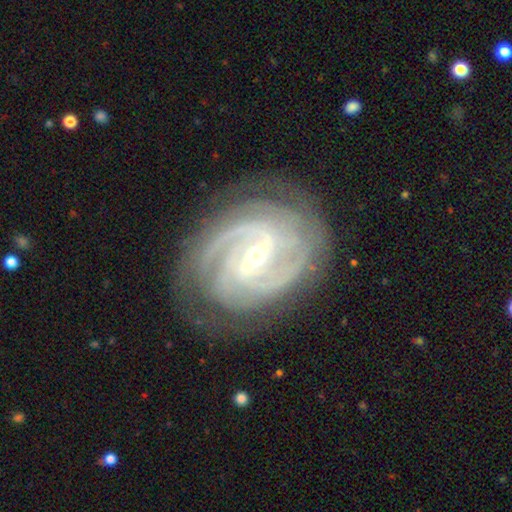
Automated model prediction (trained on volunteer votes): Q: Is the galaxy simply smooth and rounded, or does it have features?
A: featured or disk — 92%.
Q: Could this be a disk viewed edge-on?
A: no — 97%.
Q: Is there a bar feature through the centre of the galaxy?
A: strong — 46%.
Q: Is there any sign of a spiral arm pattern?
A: yes — 98%.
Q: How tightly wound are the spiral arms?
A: tight — 72%.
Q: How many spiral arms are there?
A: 3 — 30%.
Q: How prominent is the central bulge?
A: small — 53%.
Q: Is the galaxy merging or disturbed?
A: none — 79%.